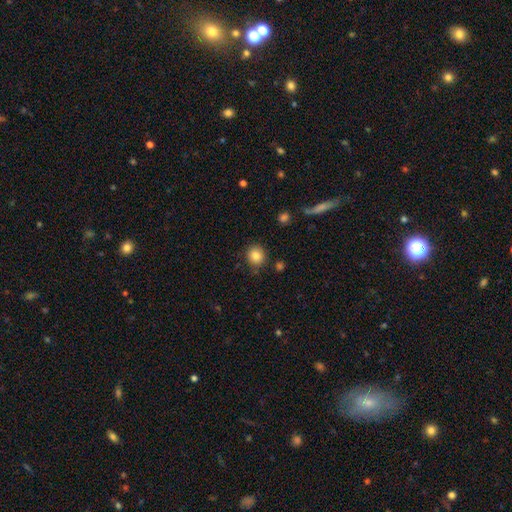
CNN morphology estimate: Q: Smooth or featured?
A: smooth (84%); runner-up: star or artifact (10%)
Q: How rounded?
A: round (86%); runner-up: in between (13%)
Q: Merging?
A: none (87%); runner-up: minor disturbance (8%)